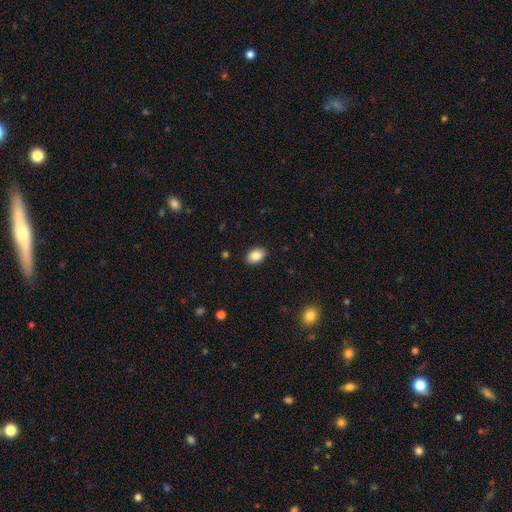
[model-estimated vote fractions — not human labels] Smooth or featured?
  - smooth: 86% *
  - star or artifact: 8%
  - featured or disk: 6%
How rounded?
  - in between: 84% *
  - round: 15%
  - cigar-shaped: 1%
Merging?
  - none: 89% *
  - minor disturbance: 8%
  - major disturbance: 2%
  - merger: 1%